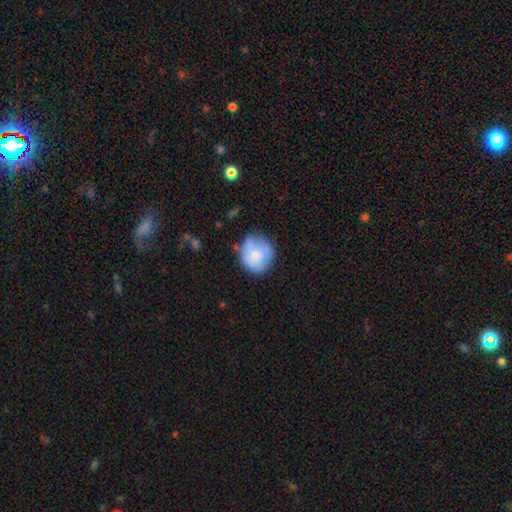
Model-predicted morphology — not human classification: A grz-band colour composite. It shows a smooth galaxy with no disk features (65%) that is round (87%). Merging: none (65%).